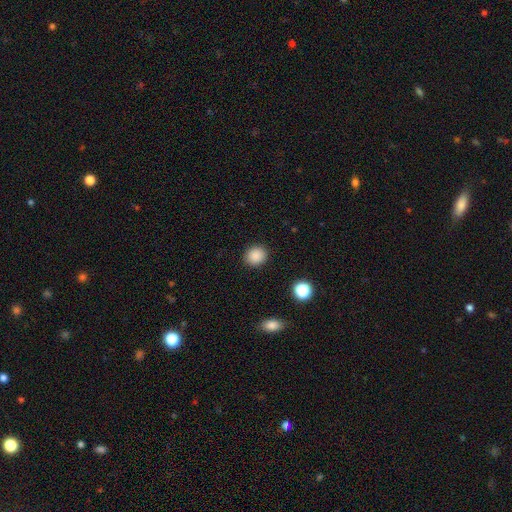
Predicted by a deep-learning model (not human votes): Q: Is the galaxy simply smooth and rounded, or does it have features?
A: smooth — 87%.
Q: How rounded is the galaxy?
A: round — 77%.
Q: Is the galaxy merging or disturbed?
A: none — 90%.